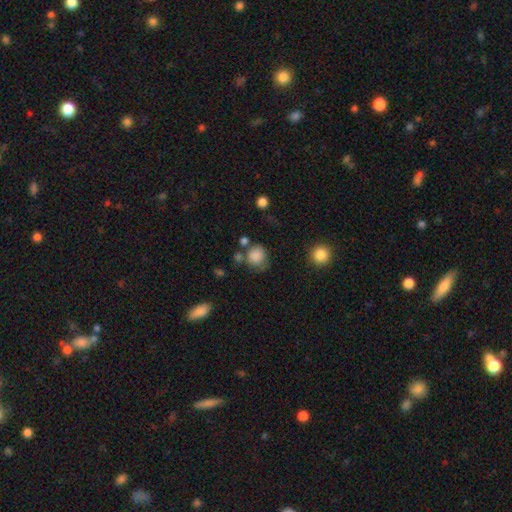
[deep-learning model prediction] Morphology: type=smooth (84%); roundness=round (84%); merging=none (60%).